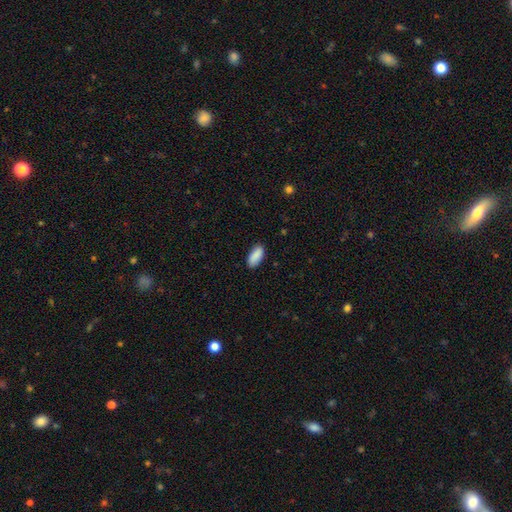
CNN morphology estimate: Q: Smooth or featured?
A: smooth (90%); runner-up: star or artifact (6%)
Q: How rounded?
A: in between (88%); runner-up: cigar-shaped (10%)
Q: Merging?
A: none (87%); runner-up: minor disturbance (9%)